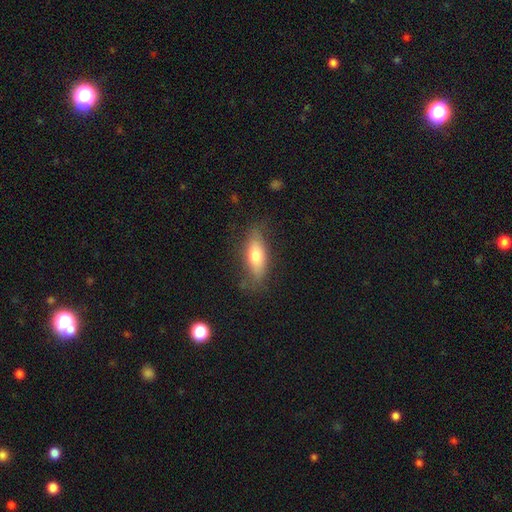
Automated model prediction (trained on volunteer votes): Overall: smooth (66%; featured or disk 27%). How rounded: in between (60%; cigar-shaped 37%). Merging: none (74%).